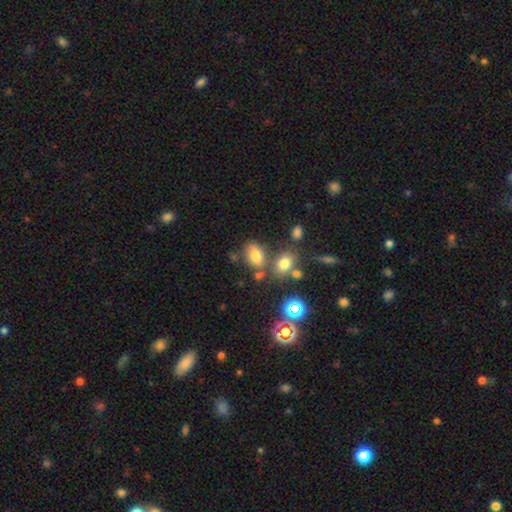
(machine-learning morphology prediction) This appears to be a smooth galaxy with no disk features (73%) that is in between round and cigar-shaped (84%). Merging: none (63%).